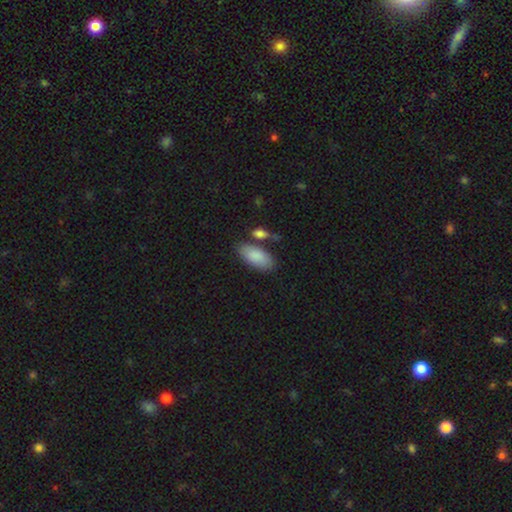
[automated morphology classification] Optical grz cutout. It shows a smooth galaxy with no disk features (88%) that is in between round and cigar-shaped (90%). Merging: none (72%).